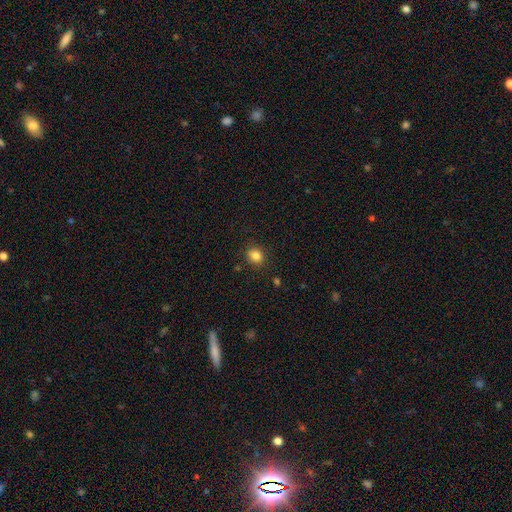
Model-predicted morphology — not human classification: Smooth or featured? smooth (83%)
How rounded? round (75%)
Merging? none (85%)